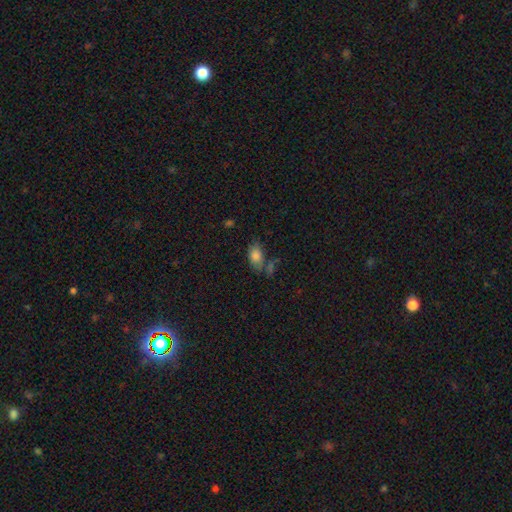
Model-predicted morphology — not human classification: A smooth galaxy with no disk features (81%) that is in between round and cigar-shaped (89%).

Vote fractions:
- Smooth or featured? smooth: 81% / star or artifact: 10% / featured or disk: 9%
- How rounded? in between: 89% / round: 8% / cigar-shaped: 3%
- Merging? none: 58% / minor disturbance: 21% / merger: 14% / major disturbance: 8%